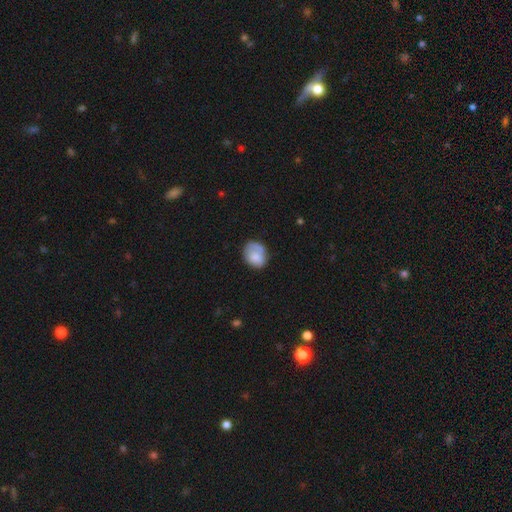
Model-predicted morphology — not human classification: Smooth or featured? smooth (74%)
How rounded? in between (56%)
Merging? none (53%)